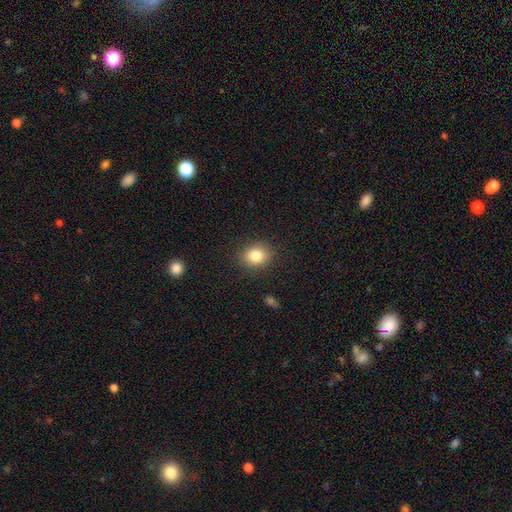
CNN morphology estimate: Smooth or featured? smooth (83%)
How rounded? round (61%)
Merging? none (87%)